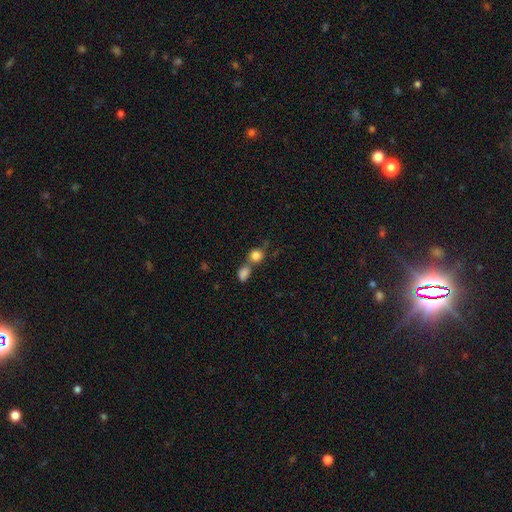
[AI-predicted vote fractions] Smooth or featured?
  - smooth: 82% *
  - star or artifact: 10%
  - featured or disk: 8%
How rounded?
  - round: 78% *
  - in between: 20%
  - cigar-shaped: 2%
Merging?
  - merger: 49% *
  - none: 39%
  - minor disturbance: 8%
  - major disturbance: 4%